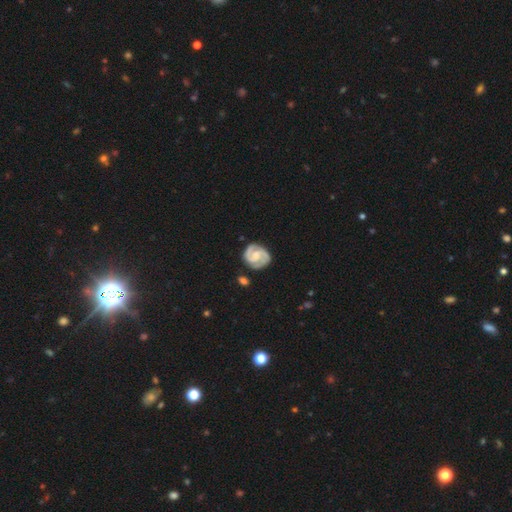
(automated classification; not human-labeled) Overall: featured or disk (86%). Edge-on disk: no (98%). Bar: weak (44%; no 43%). Spiral arms: yes (97%). Spiral arm count: 2 (77%). Spiral winding: tight (53%; medium 40%). Bulge size: small (34%; moderate 30%). Merging: none (78%).